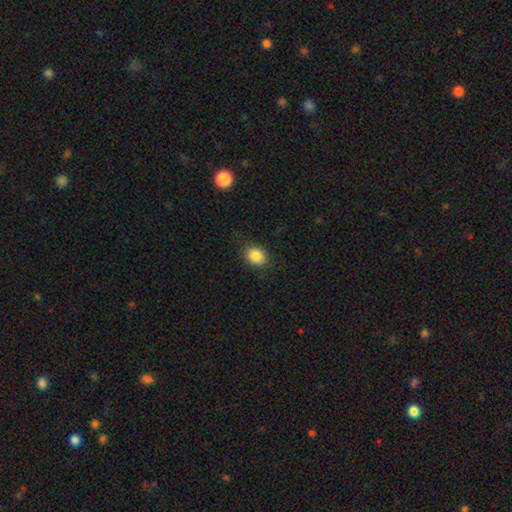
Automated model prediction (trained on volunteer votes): Smooth or featured: smooth — 86% (star or artifact — 9%)
How rounded: round — 52% (in between — 47%)
Merging: none — 83% (minor disturbance — 13%)